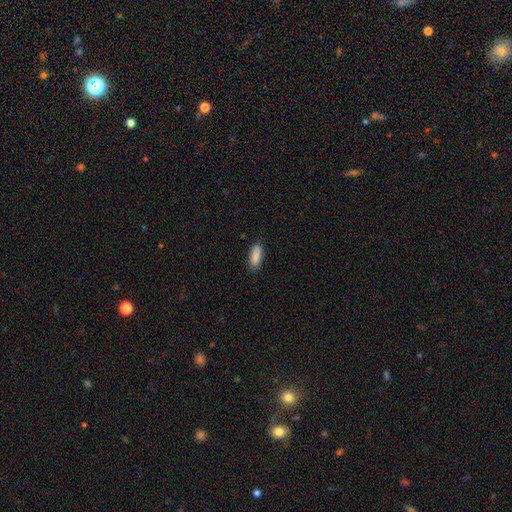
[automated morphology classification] This is clearly a smooth galaxy (89%). How rounded: likely in between (75%). Merging: clearly none (83%).